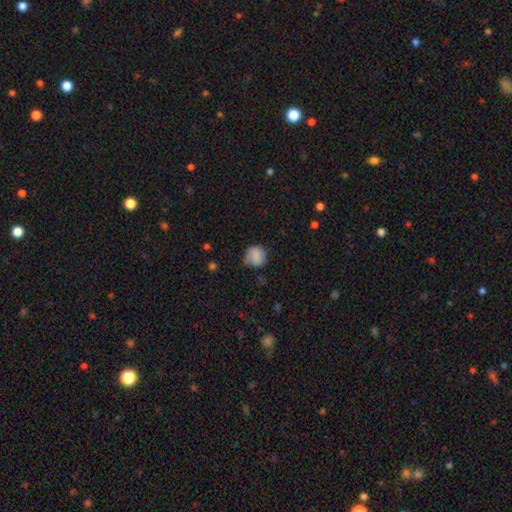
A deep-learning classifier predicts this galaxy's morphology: A smooth galaxy with no disk features (82%) that is round (81%).

Vote fractions:
- Smooth or featured? smooth: 82% / featured or disk: 9% / star or artifact: 9%
- How rounded? round: 81% / in between: 18% / cigar-shaped: 1%
- Merging? none: 63% / minor disturbance: 28% / major disturbance: 7% / merger: 2%